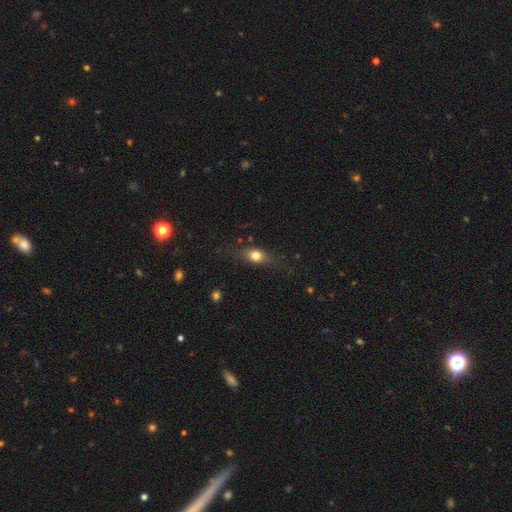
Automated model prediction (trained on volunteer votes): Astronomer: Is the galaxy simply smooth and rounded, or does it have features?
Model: smooth — 72%.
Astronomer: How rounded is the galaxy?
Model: in between — 58%.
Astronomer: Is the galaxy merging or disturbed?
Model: none — 69%.